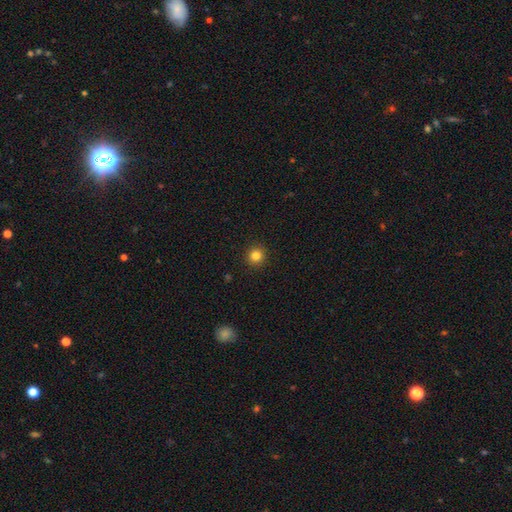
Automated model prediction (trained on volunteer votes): Smooth or featured? smooth (84%)
How rounded? round (94%)
Merging? none (92%)